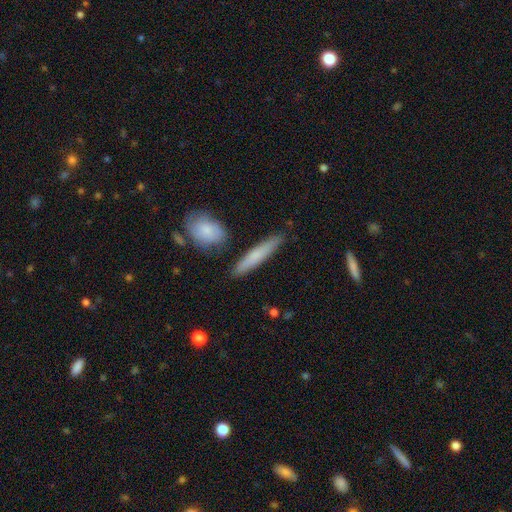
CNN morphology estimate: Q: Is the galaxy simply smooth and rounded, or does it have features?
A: smooth — 69%.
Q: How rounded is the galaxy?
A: cigar-shaped — 90%.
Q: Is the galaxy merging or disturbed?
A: none — 85%.